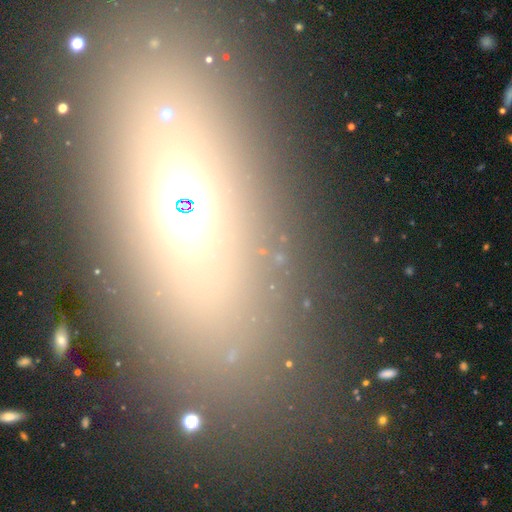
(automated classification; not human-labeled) A smooth galaxy with no disk features (37%).

Vote fractions:
- Smooth or featured? smooth: 37% / star or artifact: 34% / featured or disk: 28%
- Merging? none: 82% / minor disturbance: 9% / major disturbance: 6% / merger: 3%